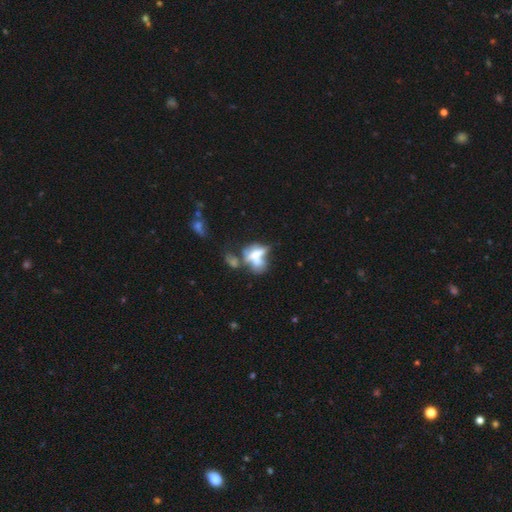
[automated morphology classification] featured or disk 45%, smooth 41%, star or artifact 14%. Down the decision tree: merging — merger (47%).